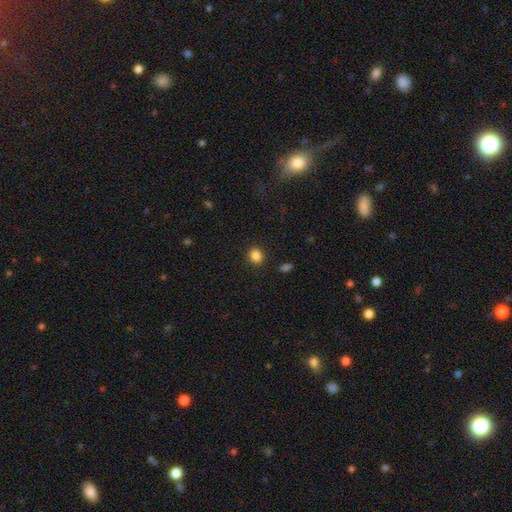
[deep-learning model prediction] Morphology: type=smooth (86%); roundness=round (65%); merging=none (90%).